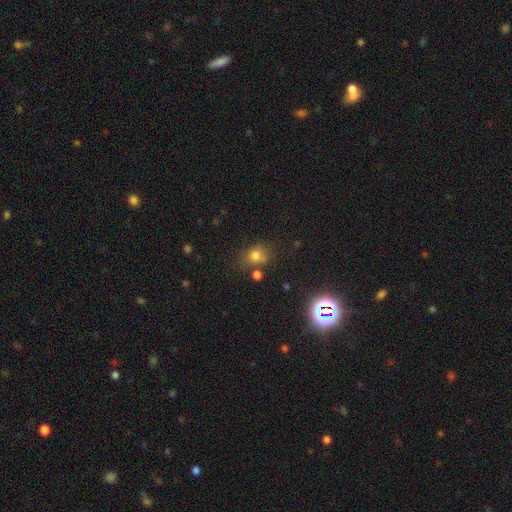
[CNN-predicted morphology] type=smooth (71%); roundness=round (53%); merging=none (61%).